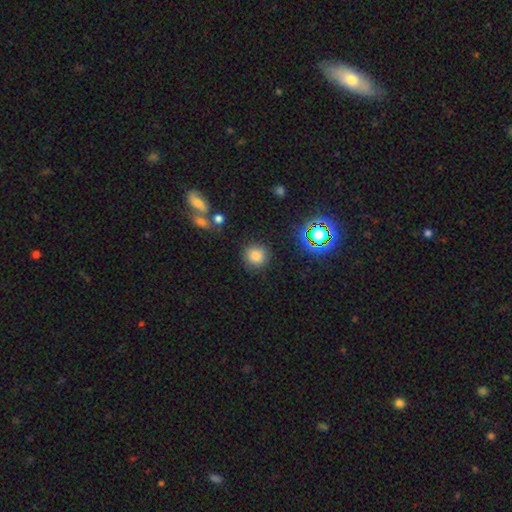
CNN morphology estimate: This is likely a smooth galaxy (79%). How rounded: clearly round (92%). Merging: clearly none (86%).